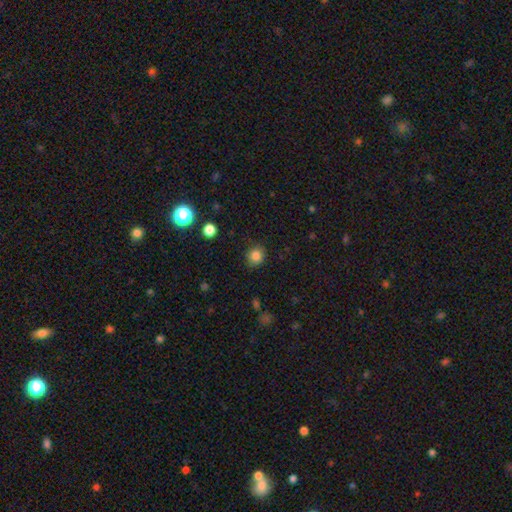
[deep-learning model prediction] Smooth or featured: smooth — 83% (star or artifact — 12%)
How rounded: round — 80% (in between — 19%)
Merging: none — 84% (minor disturbance — 12%)